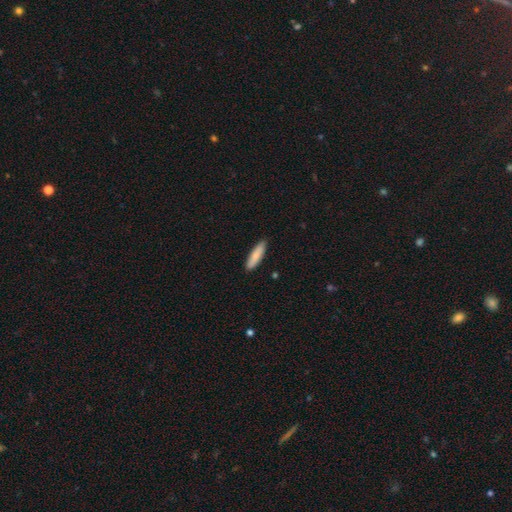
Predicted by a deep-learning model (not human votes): A smooth galaxy with no disk features (83%) that is cigar-shaped (70%).

Vote fractions:
- Smooth or featured? smooth: 83% / featured or disk: 12% / star or artifact: 6%
- How rounded? cigar-shaped: 70% / in between: 28% / round: 1%
- Merging? none: 88% / minor disturbance: 9% / major disturbance: 1% / merger: 1%